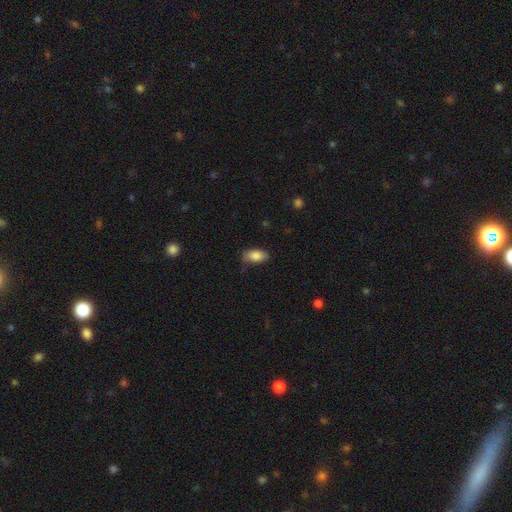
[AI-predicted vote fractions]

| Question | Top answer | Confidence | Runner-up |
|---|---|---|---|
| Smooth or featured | smooth | 85% | featured or disk (8%) |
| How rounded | in between | 92% | cigar-shaped (5%) |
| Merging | none | 73% | minor disturbance (21%) |